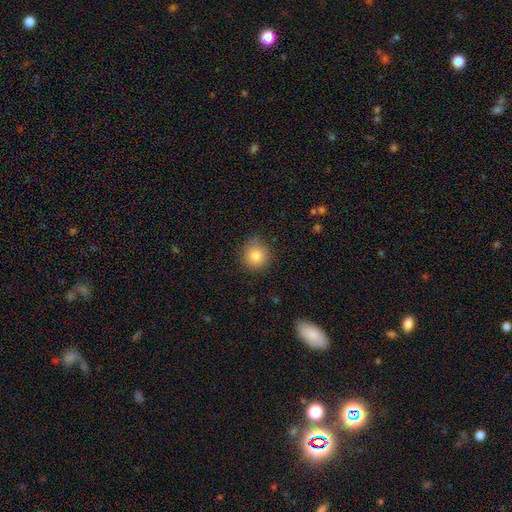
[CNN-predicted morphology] Smooth or featured: smooth — 84% (star or artifact — 10%)
How rounded: round — 91% (in between — 8%)
Merging: none — 82% (minor disturbance — 13%)